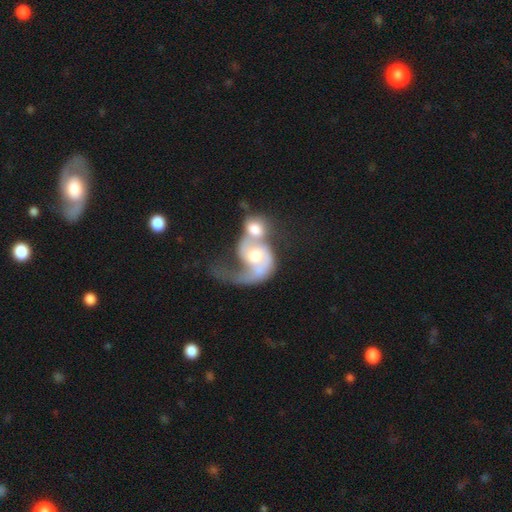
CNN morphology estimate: Q: Smooth or featured?
A: featured or disk (71%); runner-up: smooth (23%)
Q: Edge-on disk?
A: no (97%); runner-up: yes (3%)
Q: Bar?
A: no (65%); runner-up: weak (28%)
Q: Spiral arms?
A: yes (85%); runner-up: no (15%)
Q: Spiral winding?
A: loose (58%); runner-up: medium (30%)
Q: Spiral arm count?
A: 1 (49%); runner-up: 2 (41%)
Q: Bulge size?
A: moderate (59%); runner-up: large (21%)
Q: Merging?
A: merger (76%); runner-up: major disturbance (12%)